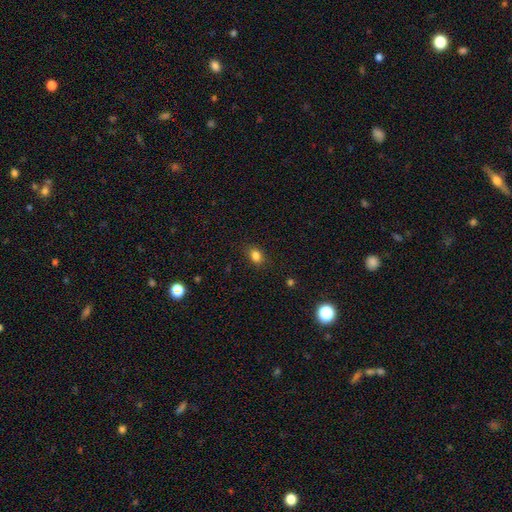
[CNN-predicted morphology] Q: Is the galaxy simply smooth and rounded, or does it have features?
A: smooth — 83%.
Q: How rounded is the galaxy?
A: in between — 67%.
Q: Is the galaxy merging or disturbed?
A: none — 84%.